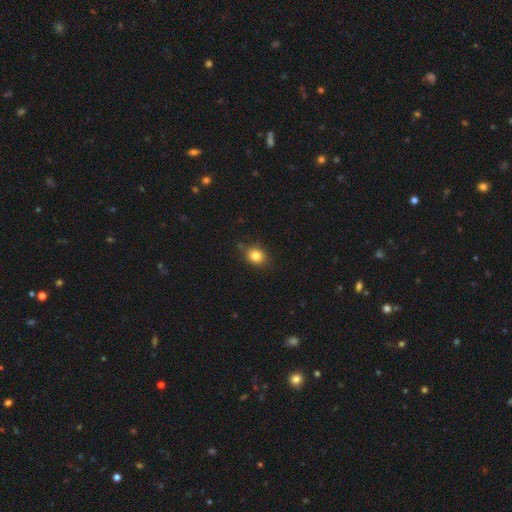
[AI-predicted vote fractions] The model was most divided on "how rounded": round: 64%, in between: 35%, cigar-shaped: 1%. More confident: smooth or featured — smooth (83%); merging — none (81%).